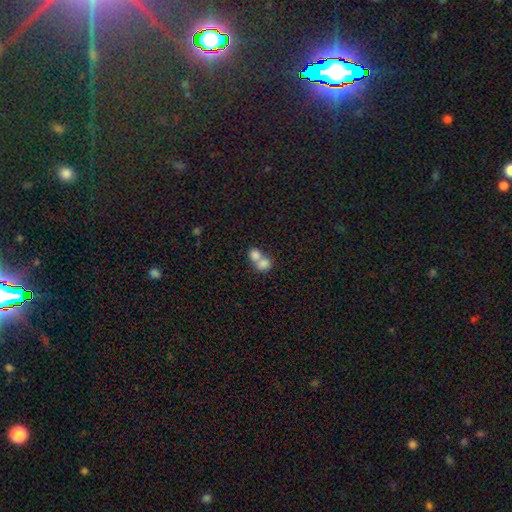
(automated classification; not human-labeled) Smooth or featured? smooth (78%)
How rounded? round (58%)
Merging? merger (70%)